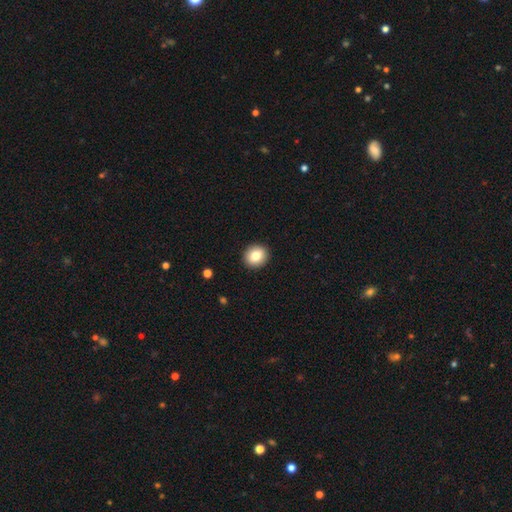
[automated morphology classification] Overall: smooth (81%). How rounded: round (86%). Merging: none (93%).